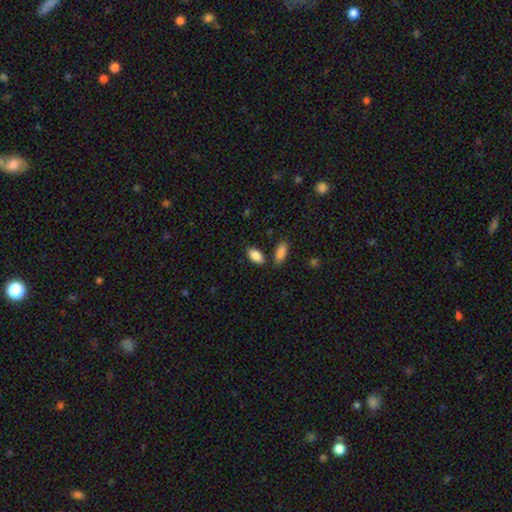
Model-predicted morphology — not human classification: Smooth or featured? Predicted: smooth (p=0.88). How rounded? Predicted: in between (p=0.93). Merging? Predicted: none (p=0.79).